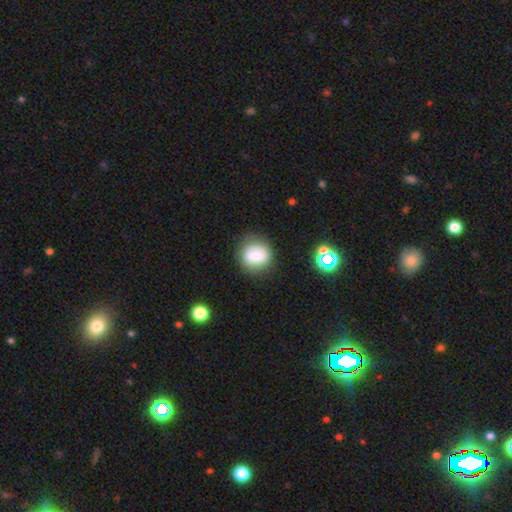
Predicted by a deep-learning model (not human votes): smooth 71%, featured or disk 19%, star or artifact 10%. Down the decision tree: how rounded — round (73%); merging — none (74%).